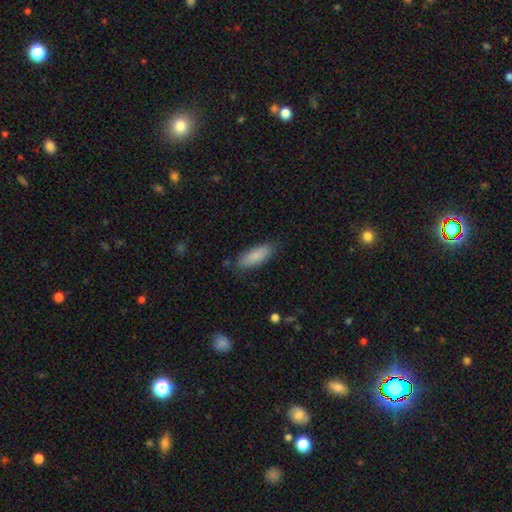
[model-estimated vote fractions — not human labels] This is clearly a smooth galaxy (86%). How rounded: likely in between (71%). Merging: clearly none (83%).